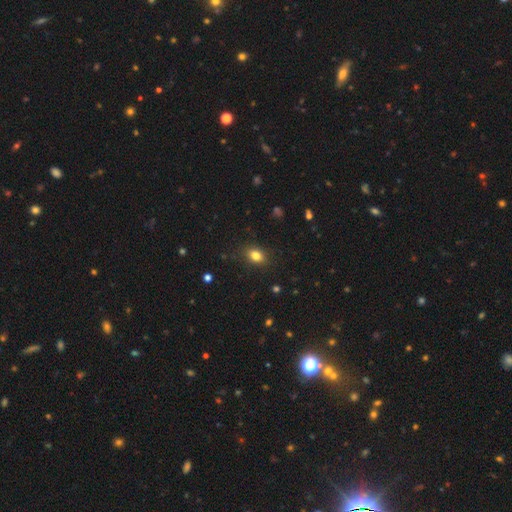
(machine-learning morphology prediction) Smooth or featured: smooth — 82% (star or artifact — 11%)
How rounded: in between — 71% (round — 27%)
Merging: none — 86% (minor disturbance — 10%)